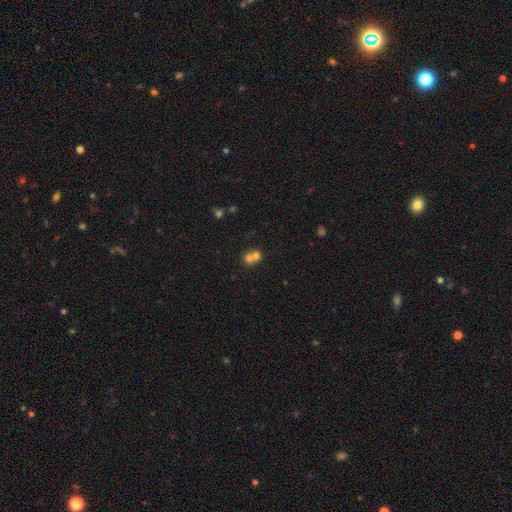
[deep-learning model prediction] A smooth galaxy with no disk features (67%) that is round (79%). Merging: merger (63%).